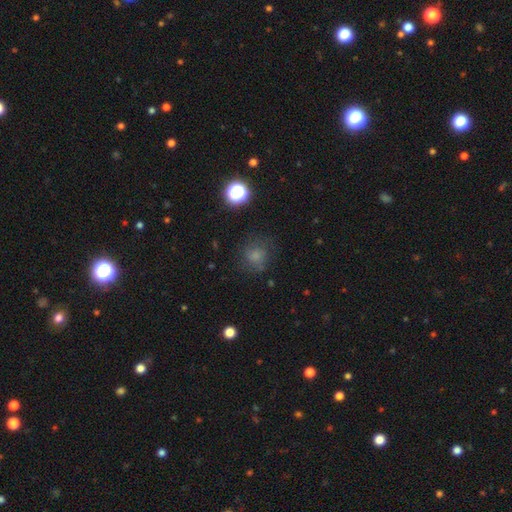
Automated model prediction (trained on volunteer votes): Morphology: type=smooth (71%); roundness=round (84%); merging=none (70%).